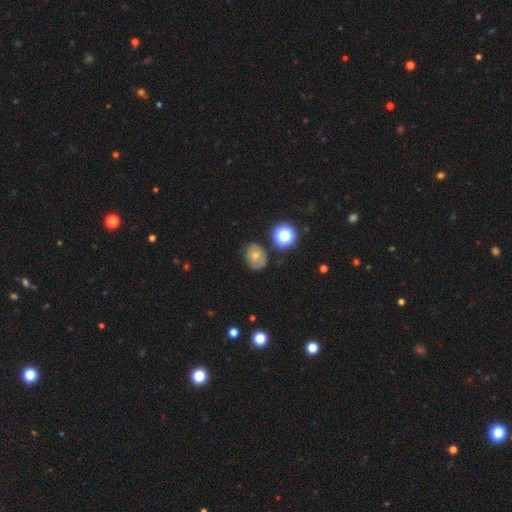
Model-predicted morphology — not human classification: smooth-or-featured: smooth: 57% | featured or disk: 27% | star or artifact: 17%
  how-rounded: in between: 52% | round: 47% | cigar-shaped: 1%
  merging: none: 68% | minor disturbance: 22% | major disturbance: 6% | merger: 4%